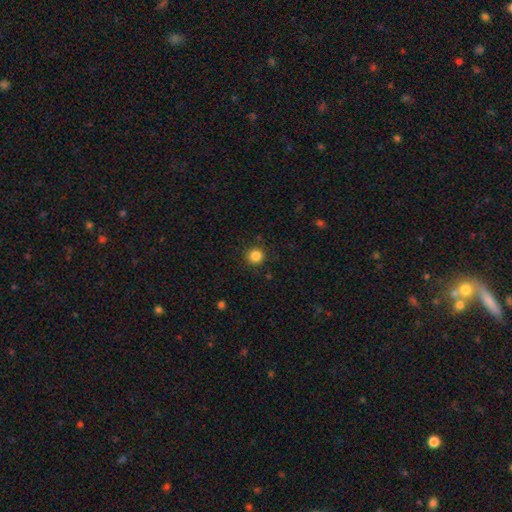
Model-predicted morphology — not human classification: smooth-or-featured: smooth: 85% | star or artifact: 11% | featured or disk: 3%
  how-rounded: round: 94% | in between: 5% | cigar-shaped: 1%
  merging: none: 90% | minor disturbance: 7% | major disturbance: 2% | merger: 1%